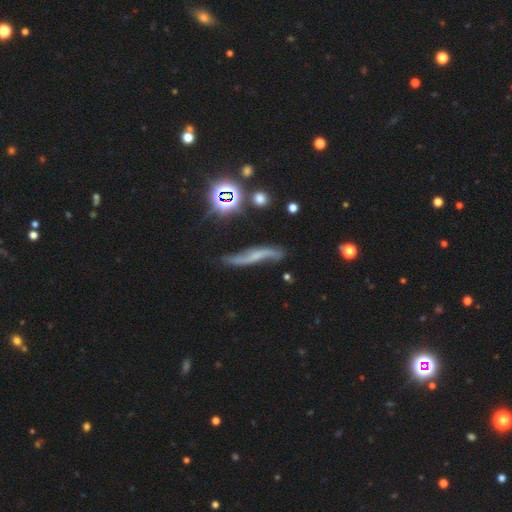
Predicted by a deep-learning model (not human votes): Smooth or featured? featured or disk (65%)
Edge-on disk? no (65%)
Merging? none (56%)